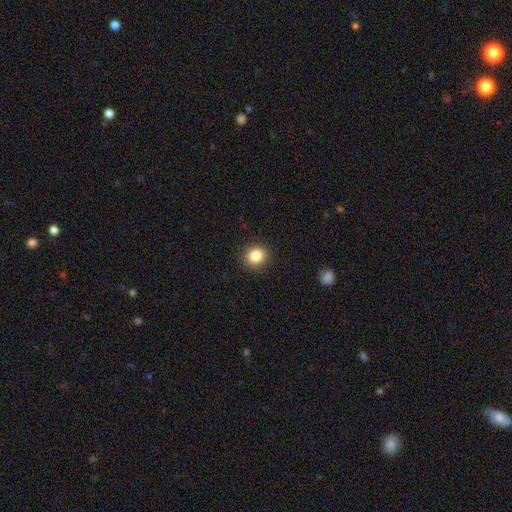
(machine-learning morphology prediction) A smooth galaxy with no disk features (84%) that is round (85%).

Vote fractions:
- Smooth or featured? smooth: 84% / star or artifact: 11% / featured or disk: 5%
- How rounded? round: 85% / in between: 14% / cigar-shaped: 1%
- Merging? none: 90% / minor disturbance: 7% / major disturbance: 2% / merger: 1%